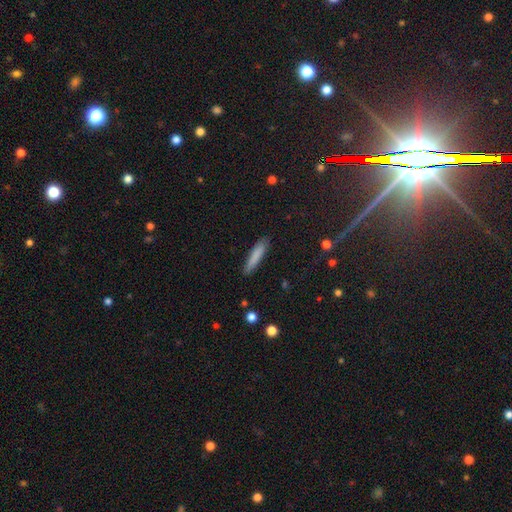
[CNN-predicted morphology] The model was most divided on "smooth or featured": smooth: 82%, featured or disk: 11%, star or artifact: 7%. More confident: how rounded — cigar-shaped (88%); merging — none (86%).